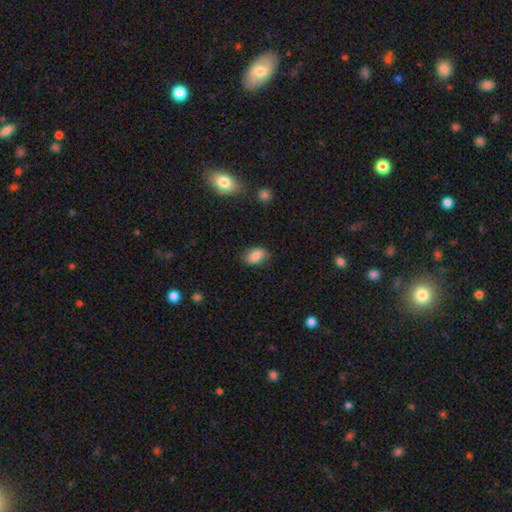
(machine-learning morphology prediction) The model was most divided on "merging": none: 81%, minor disturbance: 15%, major disturbance: 3%, merger: 1%. More confident: how rounded — in between (85%); smooth or featured — smooth (84%).